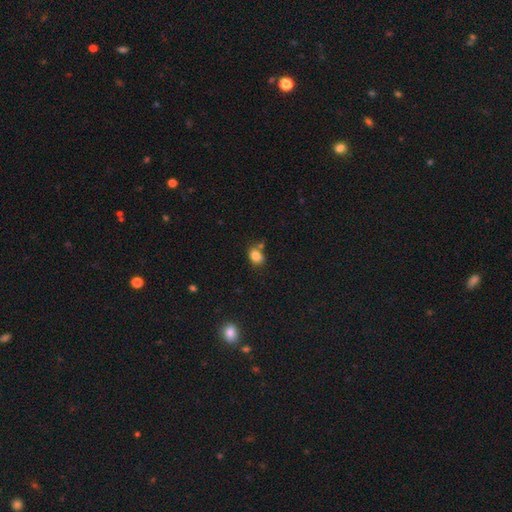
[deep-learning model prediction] Overall: smooth (83%). How rounded: in between (58%; round 40%). Merging: none (64%).